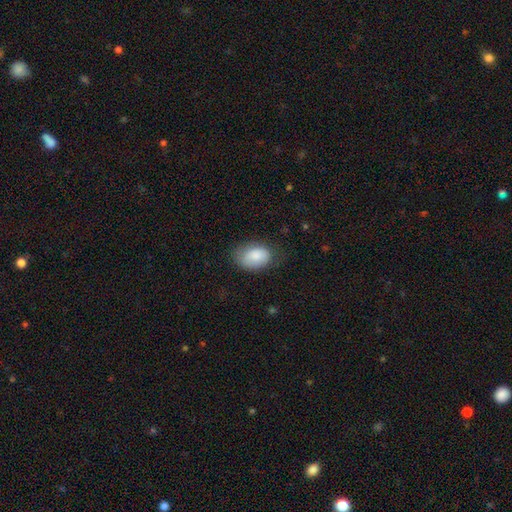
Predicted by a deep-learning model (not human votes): smooth-or-featured: smooth: 84% | featured or disk: 9% | star or artifact: 7%
  how-rounded: in between: 85% | round: 14% | cigar-shaped: 1%
  merging: none: 64% | minor disturbance: 26% | major disturbance: 9% | merger: 1%